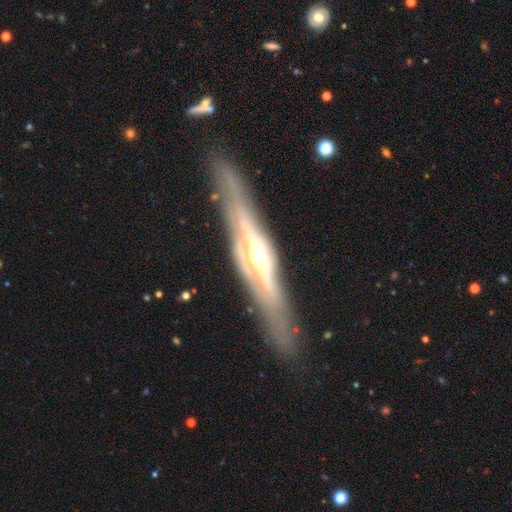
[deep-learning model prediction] Overall: featured or disk (83%). Edge-on disk: yes (86%). Edge-on bulge: rounded (85%). Merging: none (81%).